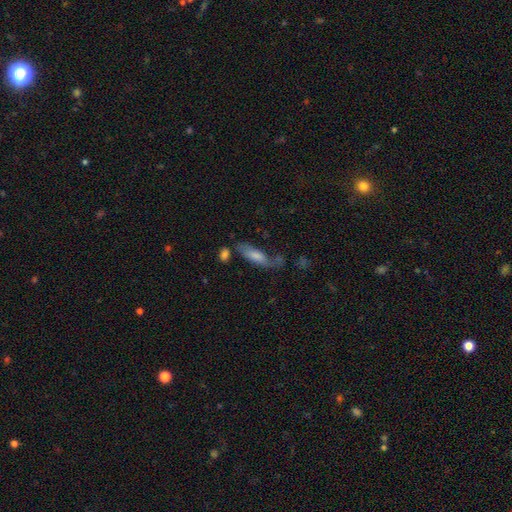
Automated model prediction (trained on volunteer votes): This appears to be a smooth galaxy with no disk features (69%) that is in between round and cigar-shaped (55%). Merging: none (45%).